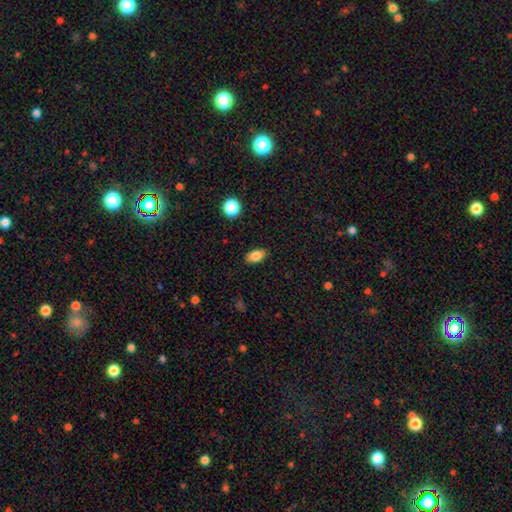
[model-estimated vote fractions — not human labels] smooth_or_featured: smooth (p=0.85) [alt: star or artifact p=0.09]
how_rounded: in between (p=0.90) [alt: round p=0.08]
merging: none (p=0.88) [alt: minor disturbance p=0.09]